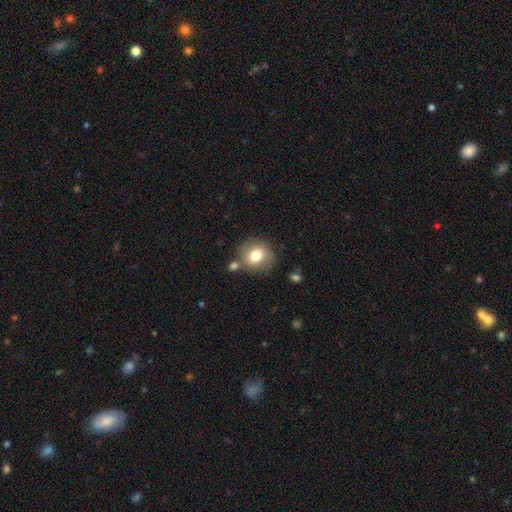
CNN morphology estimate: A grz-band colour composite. It shows a smooth galaxy with no disk features (75%) that is round (79%). Merging: none (74%).